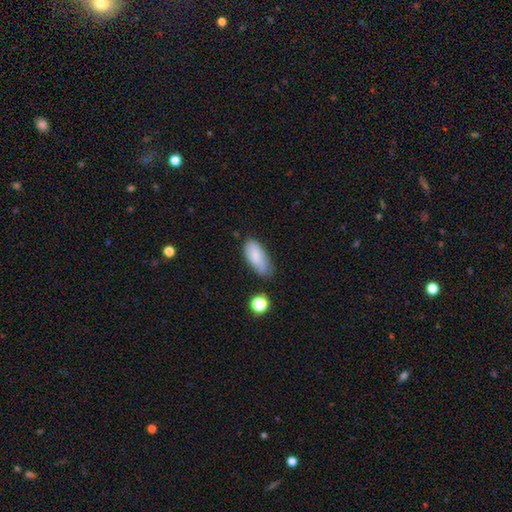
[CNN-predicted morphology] A smooth galaxy with no disk features (81%) that is in between round and cigar-shaped (85%). Merging: none (58%).